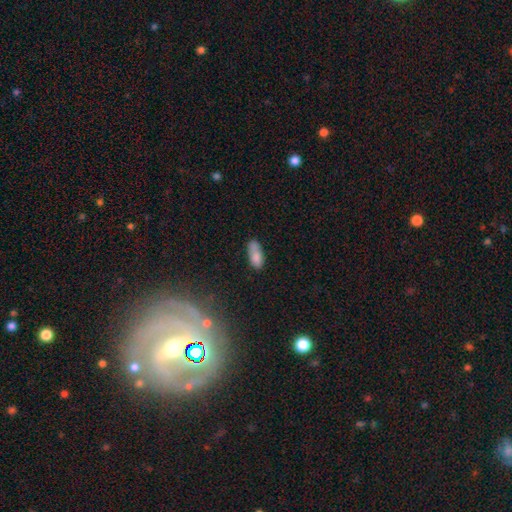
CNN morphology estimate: type=smooth (79%); roundness=in between (82%); merging=none (50%).